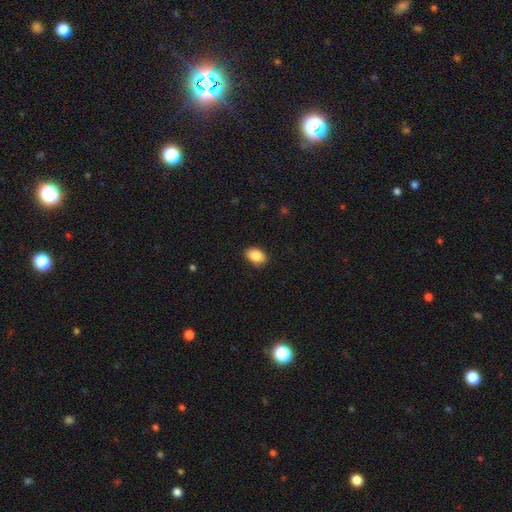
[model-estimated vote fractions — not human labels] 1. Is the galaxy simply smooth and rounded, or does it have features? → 87% smooth, 7% star or artifact, 6% featured or disk.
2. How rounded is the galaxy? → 87% in between, 12% round, 1% cigar-shaped.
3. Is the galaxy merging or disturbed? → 85% none, 12% minor disturbance, 2% major disturbance, 1% merger.